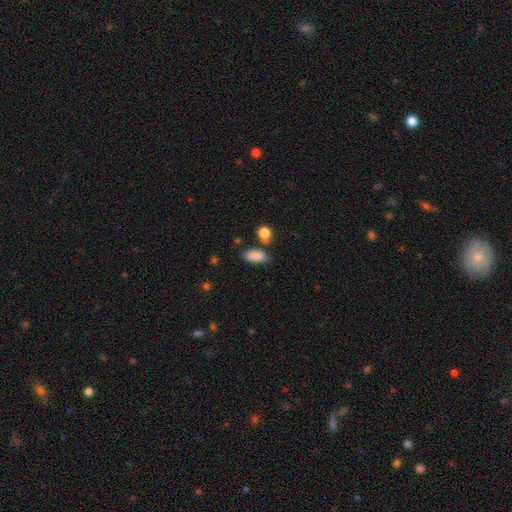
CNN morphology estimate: Smooth or featured?
  - smooth: 87% *
  - star or artifact: 8%
  - featured or disk: 5%
How rounded?
  - in between: 88% *
  - cigar-shaped: 8%
  - round: 4%
Merging?
  - none: 72% *
  - minor disturbance: 18%
  - merger: 6%
  - major disturbance: 4%